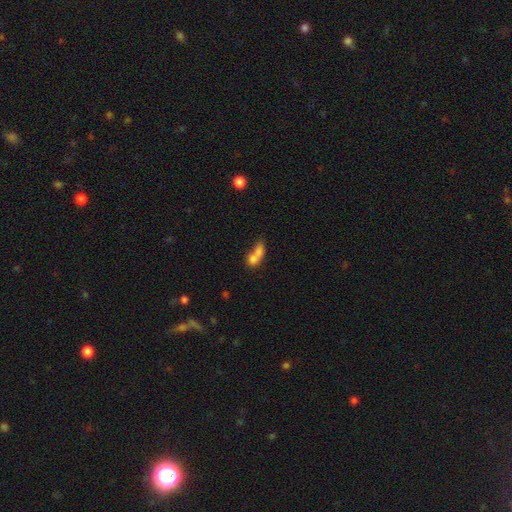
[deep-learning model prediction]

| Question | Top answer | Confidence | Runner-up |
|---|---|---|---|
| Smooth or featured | smooth | 70% | featured or disk (20%) |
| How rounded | in between | 53% | round (38%) |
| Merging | merger | 70% | none (18%) |